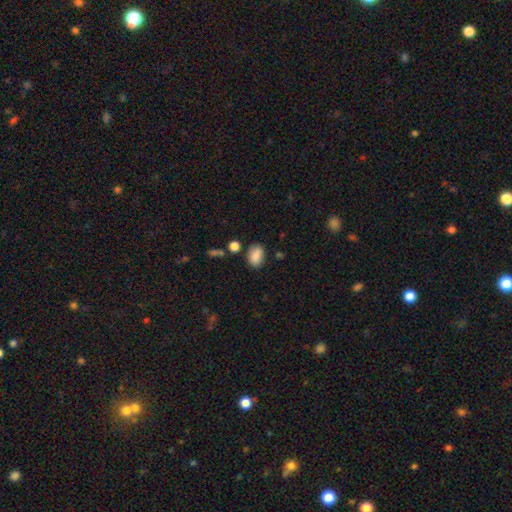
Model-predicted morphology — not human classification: Q: Smooth or featured?
A: smooth (87%); runner-up: star or artifact (8%)
Q: How rounded?
A: in between (83%); runner-up: round (15%)
Q: Merging?
A: none (79%); runner-up: minor disturbance (13%)